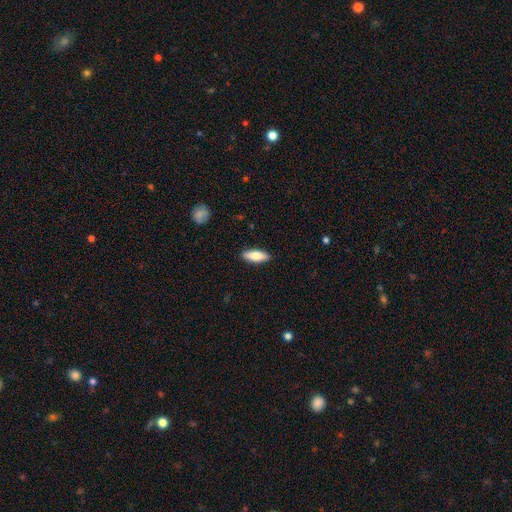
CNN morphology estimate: smooth-or-featured: smooth: 75% | featured or disk: 19% | star or artifact: 6%
  how-rounded: in between: 64% | cigar-shaped: 33% | round: 2%
  merging: none: 89% | minor disturbance: 8% | major disturbance: 2% | merger: 1%